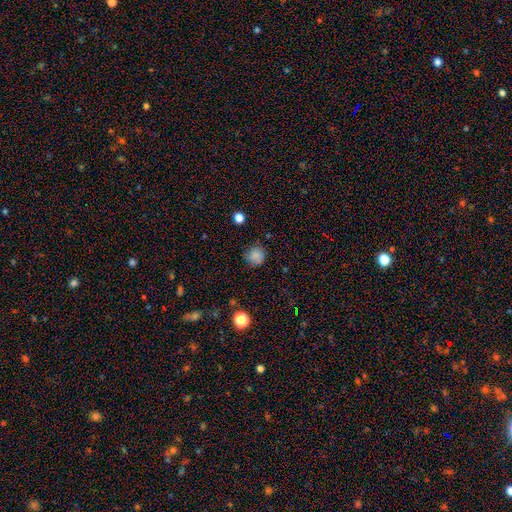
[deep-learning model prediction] Smooth or featured: smooth — 84% (star or artifact — 12%)
How rounded: round — 89% (in between — 10%)
Merging: none — 79% (minor disturbance — 15%)